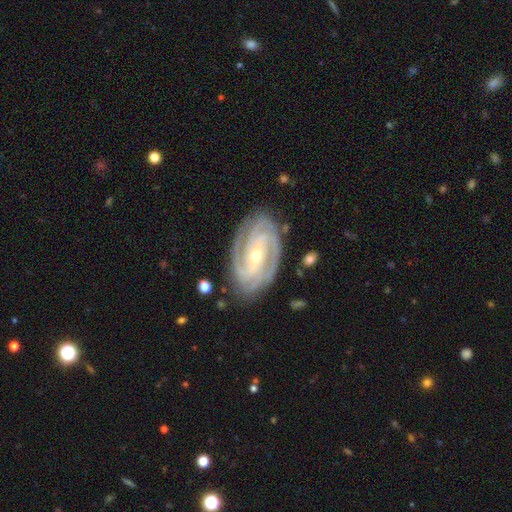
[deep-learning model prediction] Smooth or featured?
  - featured or disk: 92% *
  - star or artifact: 4%
  - smooth: 4%
Edge-on disk?
  - no: 97% *
  - yes: 3%
Bar?
  - weak: 36% *
  - no: 34%
  - strong: 30%
Spiral arms?
  - yes: 98% *
  - no: 2%
Spiral winding?
  - tight: 73% *
  - medium: 24%
  - loose: 3%
Spiral arm count?
  - 3: 41% *
  - 2: 21%
  - 4: 20%
  - can't tell: 10%
  - more than 4: 5%
  - 1: 5%
Bulge size?
  - small: 55% *
  - moderate: 42%
  - large: 1%
  - none: 1%
  - dominant: 1%
Merging?
  - none: 82% *
  - minor disturbance: 13%
  - major disturbance: 3%
  - merger: 1%